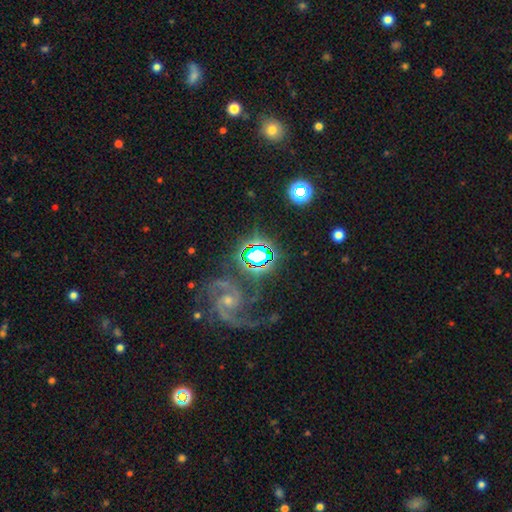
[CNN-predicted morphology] A featured or disk galaxy (70%) with no bar (55%), 2 (66%) medium (52%) spiral arms (96%) and a small central bulge (64%). Merging: none (64%).